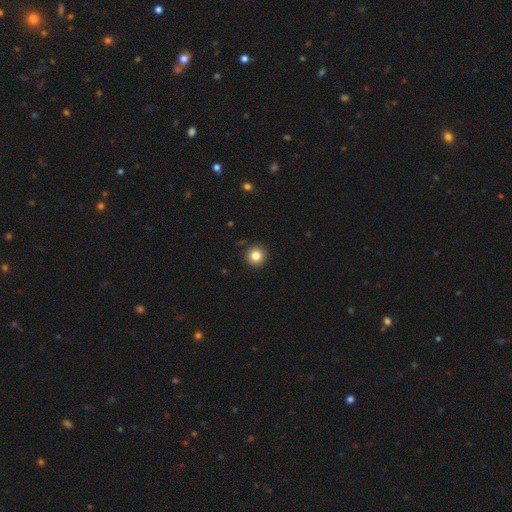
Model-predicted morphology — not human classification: The model was most divided on "smooth or featured": smooth: 84%, star or artifact: 11%, featured or disk: 6%. More confident: how rounded — round (95%); merging — none (91%).